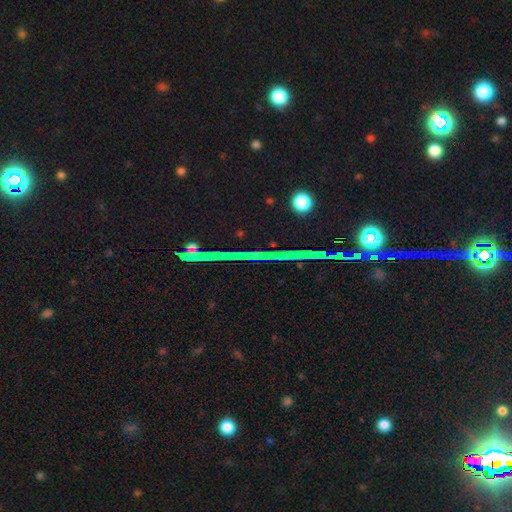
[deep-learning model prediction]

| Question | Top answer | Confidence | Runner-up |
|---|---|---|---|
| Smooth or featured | star or artifact | 77% | featured or disk (13%) |